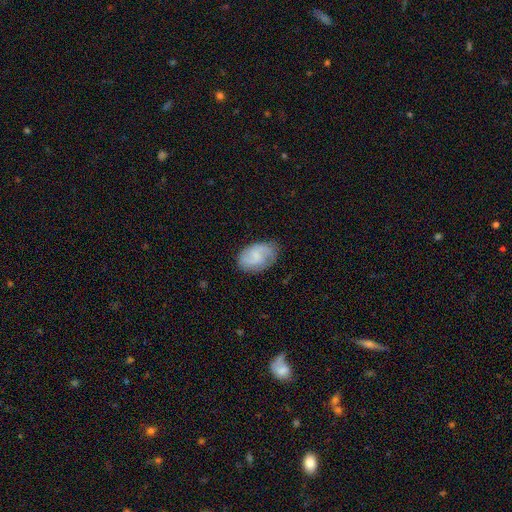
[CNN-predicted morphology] type=smooth (47%); merging=none (72%).